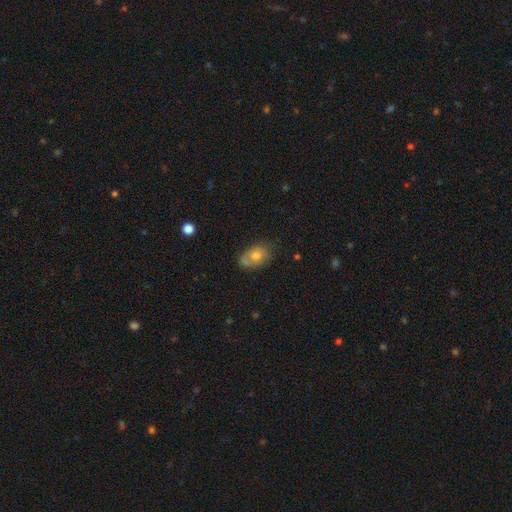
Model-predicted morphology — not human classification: smooth 69%, featured or disk 20%, star or artifact 11%. Down the decision tree: how rounded — in between (70%); merging — none (49%).